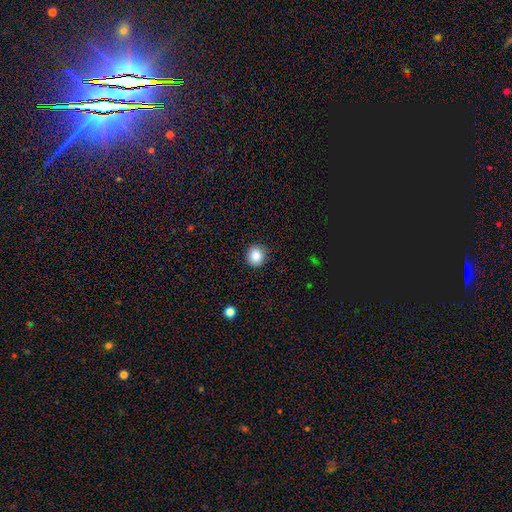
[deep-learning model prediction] smooth_or_featured: smooth (p=0.85) [alt: star or artifact p=0.10]
how_rounded: round (p=0.89) [alt: in between p=0.10]
merging: none (p=0.90) [alt: minor disturbance p=0.07]